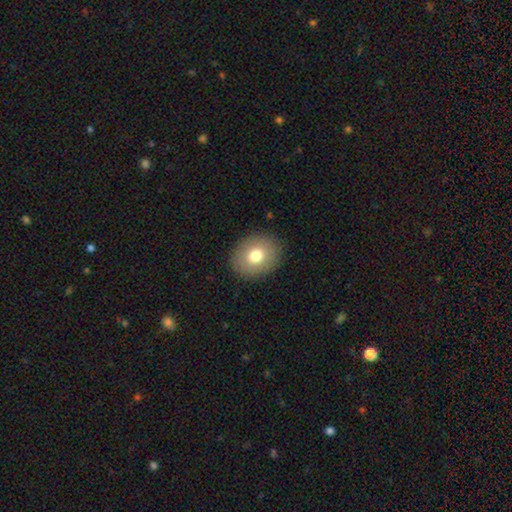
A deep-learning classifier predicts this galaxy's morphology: smooth_or_featured: smooth (p=0.76) [alt: featured or disk p=0.15]
how_rounded: round (p=0.55) [alt: in between p=0.44]
merging: none (p=0.89) [alt: minor disturbance p=0.08]